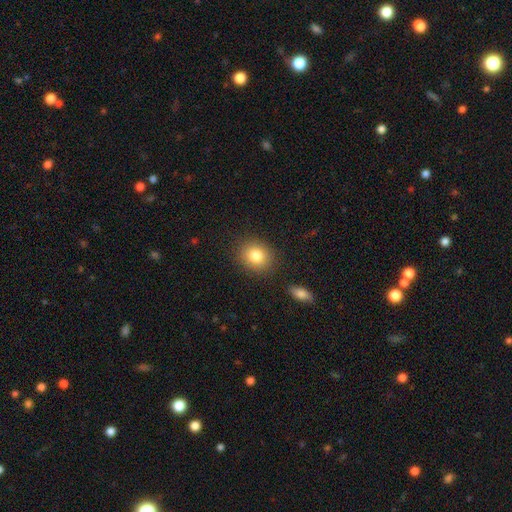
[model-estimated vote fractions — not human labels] Overall: smooth (82%). How rounded: round (69%; in between 30%). Merging: none (86%).